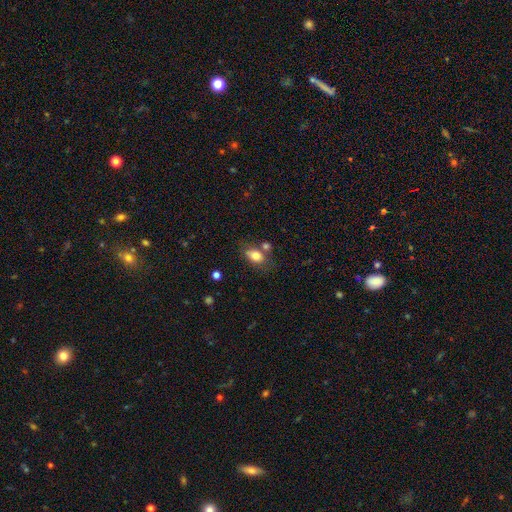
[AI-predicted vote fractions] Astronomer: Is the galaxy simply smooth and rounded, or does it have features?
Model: smooth — 80%.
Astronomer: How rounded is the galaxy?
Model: in between — 82%.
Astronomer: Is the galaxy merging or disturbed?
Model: none — 59%.